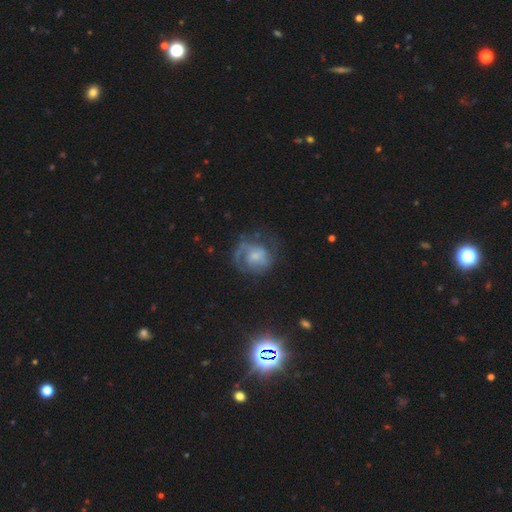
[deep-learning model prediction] smooth-or-featured: featured or disk: 67% | smooth: 24% | star or artifact: 9%
  disk-edge-on: no: 98% | yes: 2%
    bar: no: 59% | weak: 35% | strong: 6%
    has-spiral-arms: yes: 85% | no: 15%
      spiral-winding: medium: 41% | tight: 38% | loose: 21%
      spiral-arm-count: 2: 36% | 1: 33% | can't tell: 21% | 3: 6% | 4: 2% | more than 4: 2%
    bulge-size: small: 46% | moderate: 30% | none: 15% | large: 7% | dominant: 2%
  merging: none: 54% | major disturbance: 23% | minor disturbance: 21% | merger: 2%